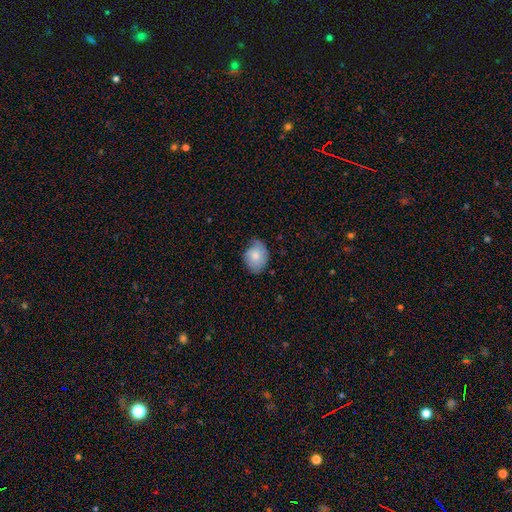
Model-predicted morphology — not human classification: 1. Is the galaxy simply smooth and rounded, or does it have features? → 76% smooth, 17% featured or disk, 7% star or artifact.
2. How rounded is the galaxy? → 58% in between, 42% round, 1% cigar-shaped.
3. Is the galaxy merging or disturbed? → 57% none, 35% minor disturbance, 7% major disturbance, 1% merger.